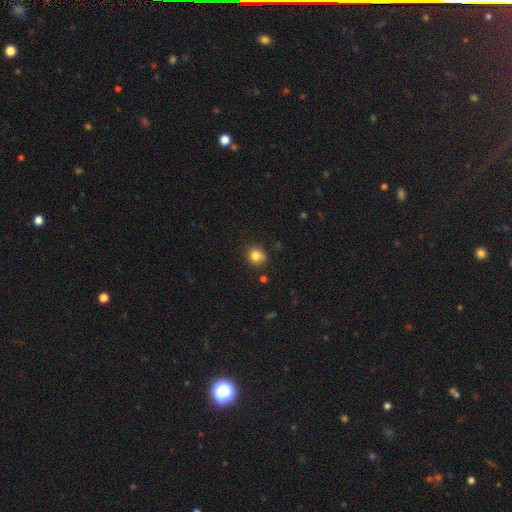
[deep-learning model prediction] Smooth or featured: smooth — 82% (star or artifact — 12%)
How rounded: round — 76% (in between — 23%)
Merging: none — 78% (minor disturbance — 16%)